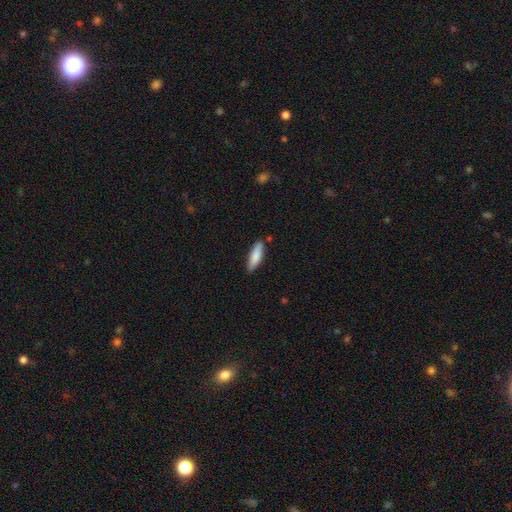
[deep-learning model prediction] A smooth galaxy with no disk features (81%) that is cigar-shaped (59%).

Vote fractions:
- Smooth or featured? smooth: 81% / featured or disk: 13% / star or artifact: 5%
- How rounded? cigar-shaped: 59% / in between: 39% / round: 2%
- Merging? none: 83% / minor disturbance: 12% / merger: 3% / major disturbance: 2%